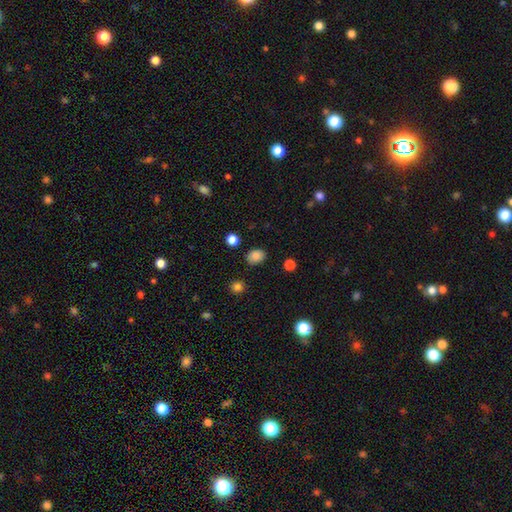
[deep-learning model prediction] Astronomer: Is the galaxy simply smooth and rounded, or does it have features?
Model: smooth — 83%.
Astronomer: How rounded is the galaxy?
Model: in between — 65%.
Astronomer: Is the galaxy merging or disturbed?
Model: none — 86%.